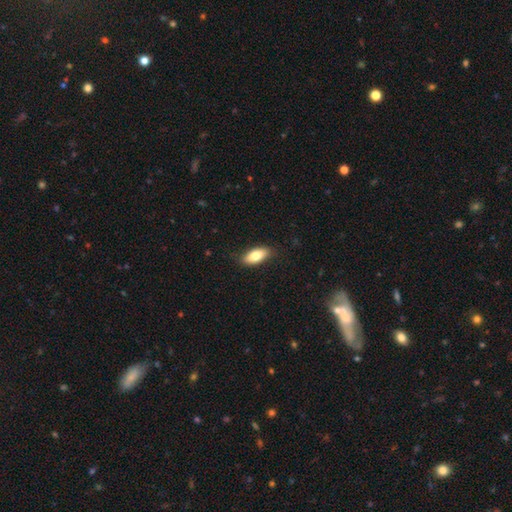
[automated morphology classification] The model was most divided on "smooth or featured": smooth: 80%, featured or disk: 14%, star or artifact: 6%. More confident: how rounded — in between (86%); merging — none (85%).